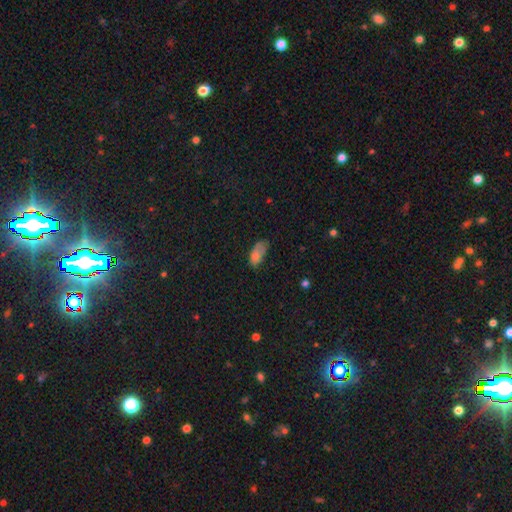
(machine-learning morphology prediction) Smooth or featured? Predicted: smooth (p=0.72). How rounded? Predicted: in between (p=0.86). Merging? Predicted: none (p=0.37, tied with minor disturbance).